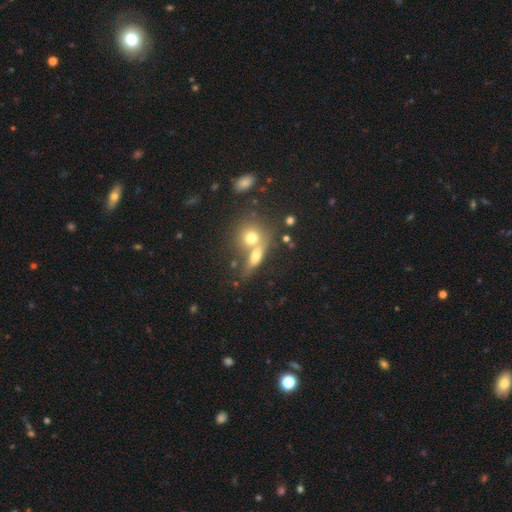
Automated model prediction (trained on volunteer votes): Smooth or featured? Predicted: smooth (p=0.63). How rounded? Predicted: in between (p=0.52). Merging? Predicted: merger (p=0.49).